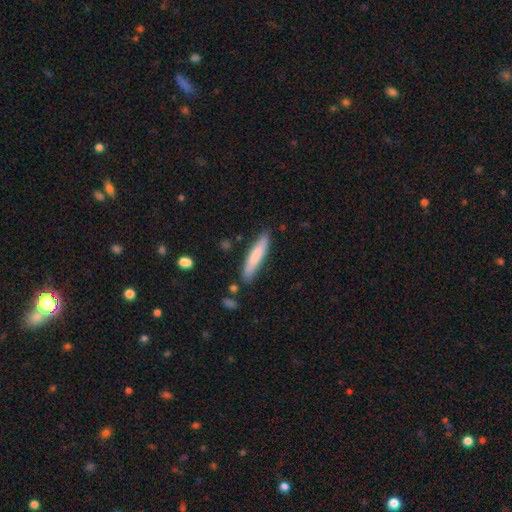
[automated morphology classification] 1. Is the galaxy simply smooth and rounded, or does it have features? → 77% smooth, 17% featured or disk, 5% star or artifact.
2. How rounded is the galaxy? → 87% cigar-shaped, 12% in between, 1% round.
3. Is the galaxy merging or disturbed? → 84% none, 12% minor disturbance, 2% merger, 2% major disturbance.